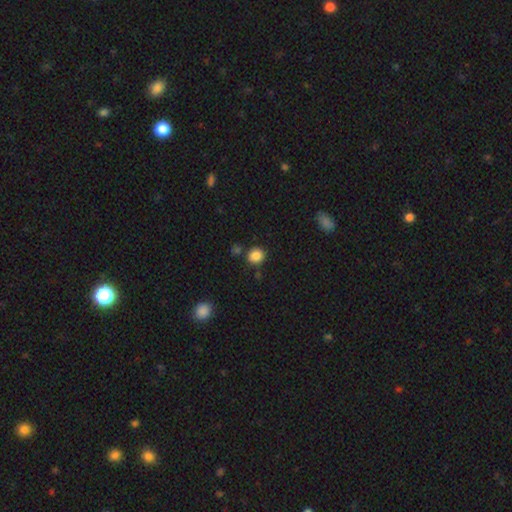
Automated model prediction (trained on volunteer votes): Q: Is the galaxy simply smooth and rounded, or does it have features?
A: smooth — 86%.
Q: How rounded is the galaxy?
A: round — 78%.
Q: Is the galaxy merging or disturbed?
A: none — 80%.